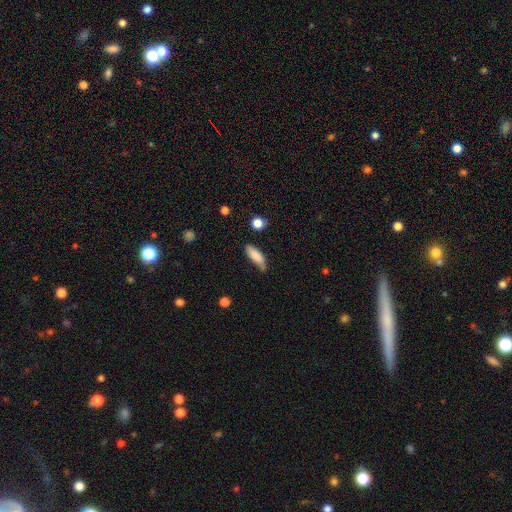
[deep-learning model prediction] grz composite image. It shows a smooth galaxy with no disk features (83%) that is in between round and cigar-shaped (57%). Merging: none (69%).